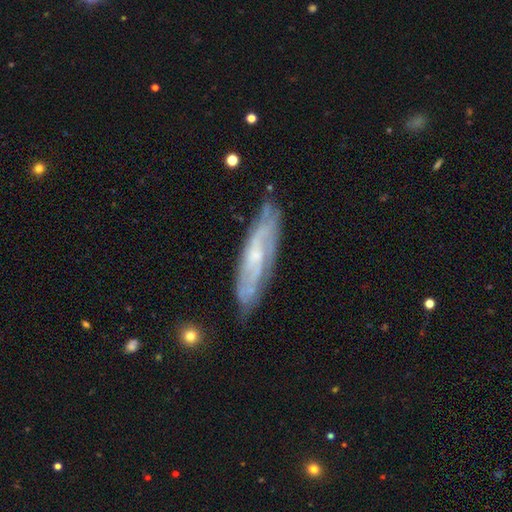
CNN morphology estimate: Smooth or featured?
  - featured or disk: 76% *
  - smooth: 18%
  - star or artifact: 7%
Edge-on disk?
  - no: 68% *
  - yes: 32%
Bar?
  - no: 56% *
  - weak: 36%
  - strong: 8%
Spiral arms?
  - yes: 87% *
  - no: 13%
Bulge size?
  - small: 65% *
  - moderate: 24%
  - none: 9%
  - large: 1%
  - dominant: 1%
Merging?
  - none: 75% *
  - minor disturbance: 18%
  - major disturbance: 4%
  - merger: 2%